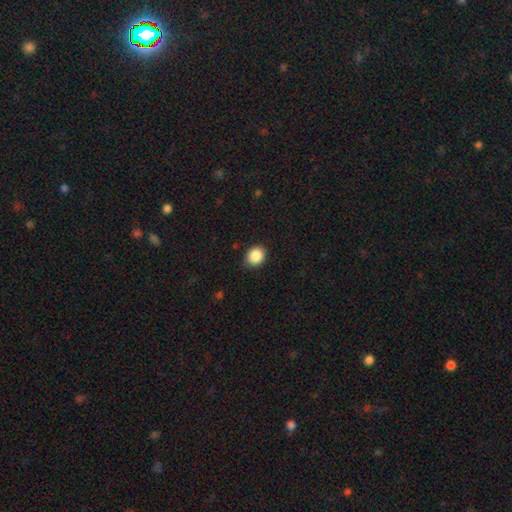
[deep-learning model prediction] A smooth galaxy with no disk features (88%) that is round (74%).

Vote fractions:
- Smooth or featured? smooth: 88% / star or artifact: 9% / featured or disk: 3%
- How rounded? round: 74% / in between: 25% / cigar-shaped: 1%
- Merging? none: 85% / minor disturbance: 12% / major disturbance: 2% / merger: 1%